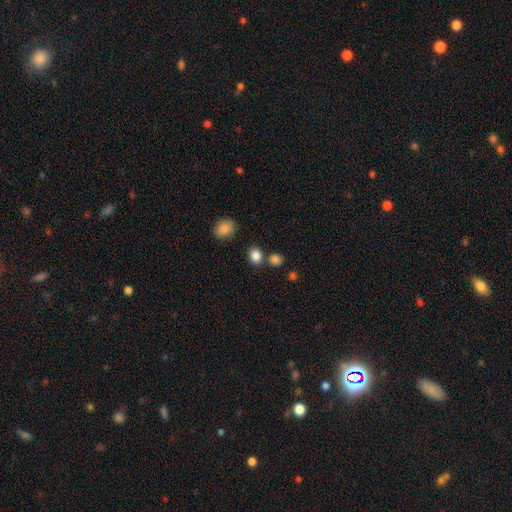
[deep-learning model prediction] A smooth galaxy with no disk features (85%) that is round (56%).

Vote fractions:
- Smooth or featured? smooth: 85% / star or artifact: 11% / featured or disk: 4%
- How rounded? round: 56% / in between: 43% / cigar-shaped: 1%
- Merging? none: 75% / merger: 13% / minor disturbance: 9% / major disturbance: 3%